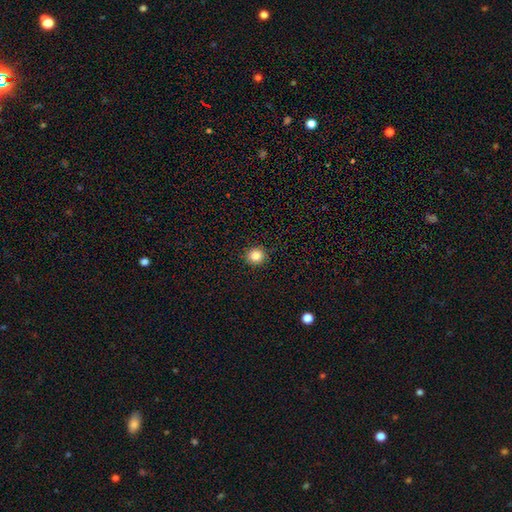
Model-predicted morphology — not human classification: Smooth or featured: smooth — 82% (star or artifact — 11%)
How rounded: round — 91% (in between — 8%)
Merging: none — 92% (minor disturbance — 5%)